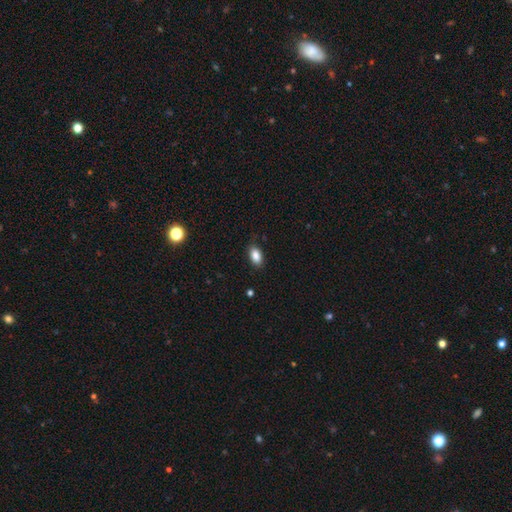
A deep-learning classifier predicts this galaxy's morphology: This appears to be a smooth galaxy with no disk features (87%) that is in between round and cigar-shaped (91%). Merging: none (84%).